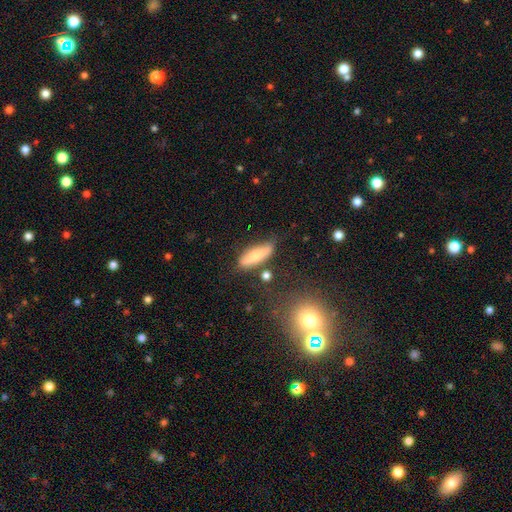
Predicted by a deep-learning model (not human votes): This appears to be a smooth galaxy with no disk features (70%) that is in between round and cigar-shaped (49%, tied with cigar-shaped). Merging: none (67%).